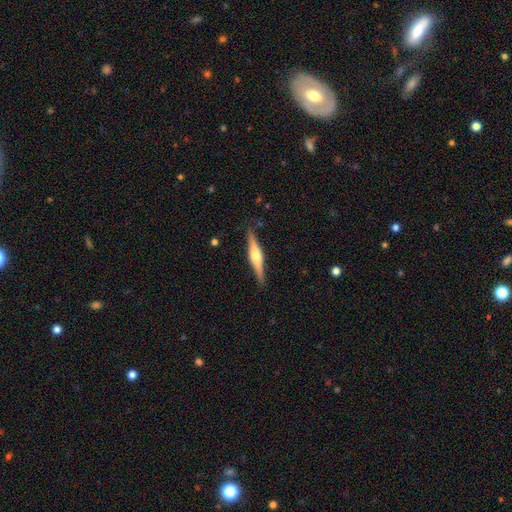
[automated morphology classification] This appears to be a featured or disk galaxy (70%) viewed edge-on (97%) with a rounded central bulge (87%). Merging: none (88%).